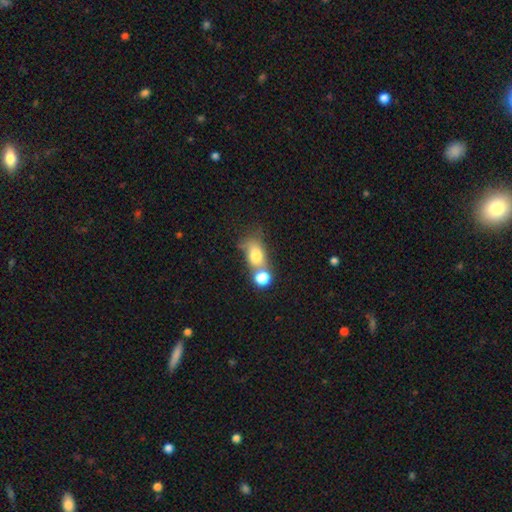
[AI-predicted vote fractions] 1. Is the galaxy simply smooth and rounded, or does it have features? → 73% smooth, 15% featured or disk, 12% star or artifact.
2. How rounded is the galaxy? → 61% in between, 36% round, 3% cigar-shaped.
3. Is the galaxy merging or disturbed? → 46% merger, 30% none, 13% minor disturbance, 11% major disturbance.